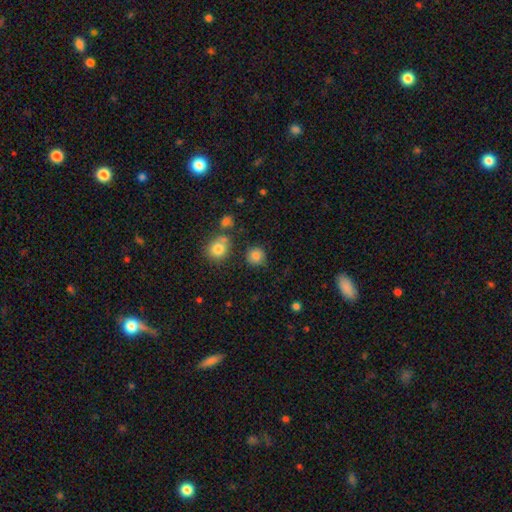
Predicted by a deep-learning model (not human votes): Smooth or featured? Predicted: smooth (p=0.84). How rounded? Predicted: round (p=0.90). Merging? Predicted: none (p=0.80).